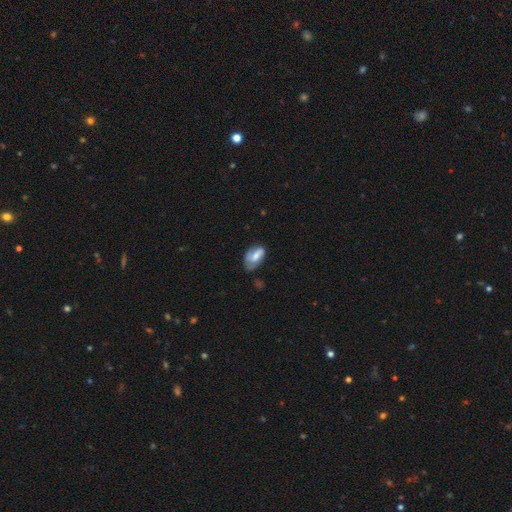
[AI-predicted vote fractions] smooth_or_featured: smooth (p=0.52) [alt: featured or disk p=0.41]
how_rounded: in between (p=0.90) [alt: round p=0.07]
merging: none (p=0.43) [alt: minor disturbance p=0.36]